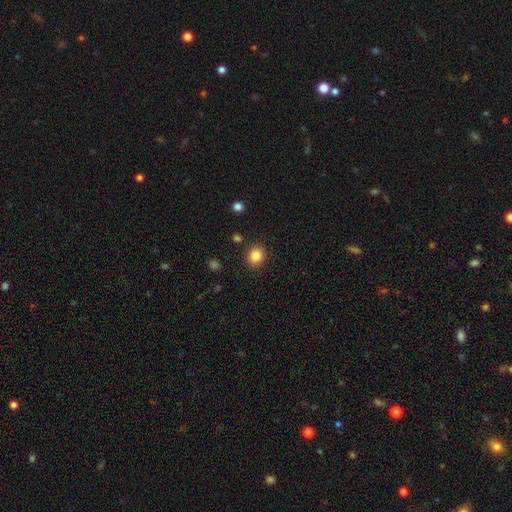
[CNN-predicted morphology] Smooth or featured? smooth (84%)
How rounded? round (75%)
Merging? none (88%)